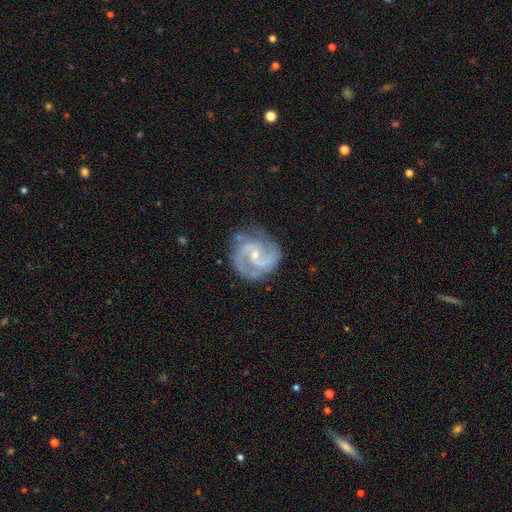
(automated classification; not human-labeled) Smooth or featured?
  - featured or disk: 91% *
  - smooth: 5%
  - star or artifact: 5%
Edge-on disk?
  - no: 98% *
  - yes: 2%
Bar?
  - weak: 46% *
  - no: 41%
  - strong: 13%
Spiral arms?
  - yes: 98% *
  - no: 2%
Spiral winding?
  - medium: 58% *
  - tight: 31%
  - loose: 11%
Spiral arm count?
  - 2: 86% *
  - 3: 6%
  - can't tell: 3%
  - 1: 2%
  - 4: 1%
  - more than 4: 1%
Bulge size?
  - small: 66% *
  - moderate: 29%
  - none: 3%
  - large: 1%
  - dominant: 1%
Merging?
  - none: 73% *
  - minor disturbance: 18%
  - major disturbance: 6%
  - merger: 2%